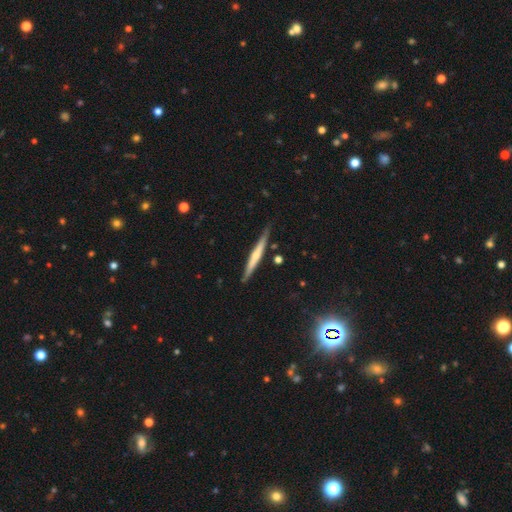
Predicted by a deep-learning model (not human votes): Smooth or featured: featured or disk — 58% (smooth — 36%)
Edge-on disk: yes — 96% (no — 4%)
Edge-on bulge: rounded — 61% (none — 33%)
Merging: none — 84% (minor disturbance — 12%)